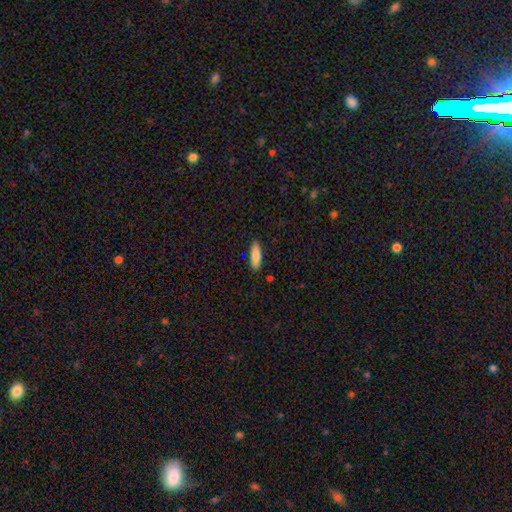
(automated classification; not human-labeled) This is clearly a smooth galaxy (86%). How rounded: possibly cigar-shaped (52%). Merging: clearly none (90%).